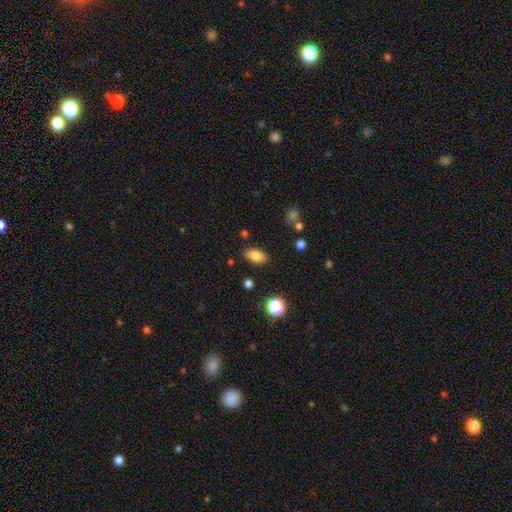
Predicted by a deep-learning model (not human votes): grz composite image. It shows a smooth galaxy with no disk features (83%) that is in between round and cigar-shaped (91%). Merging: none (85%).